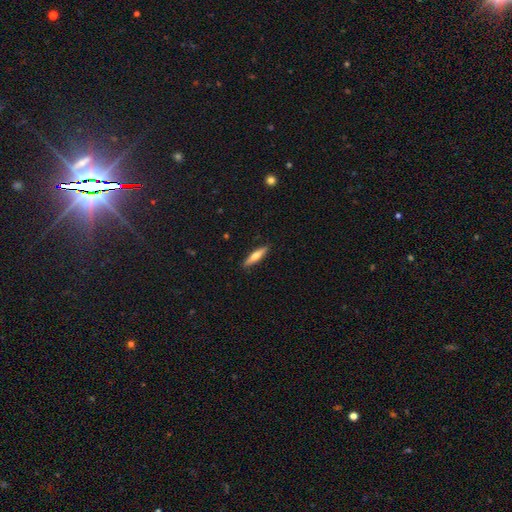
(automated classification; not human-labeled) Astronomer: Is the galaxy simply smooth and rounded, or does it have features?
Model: smooth — 57% (runner-up: featured or disk, 38%).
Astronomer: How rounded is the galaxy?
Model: cigar-shaped — 80%.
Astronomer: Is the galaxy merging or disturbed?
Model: none — 89%.